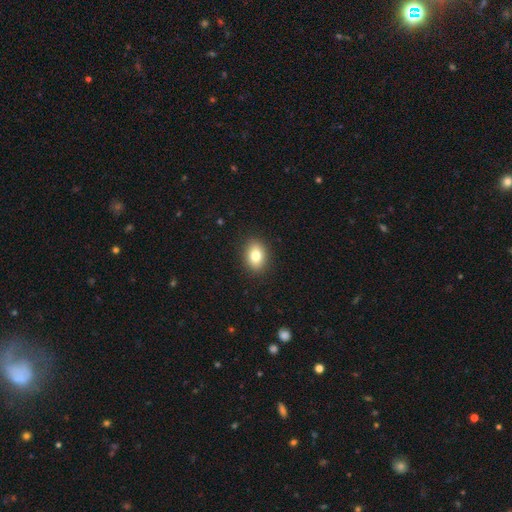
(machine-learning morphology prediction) The model was most divided on "how rounded": in between: 71%, round: 28%, cigar-shaped: 1%. More confident: merging — none (89%); smooth or featured — smooth (80%).